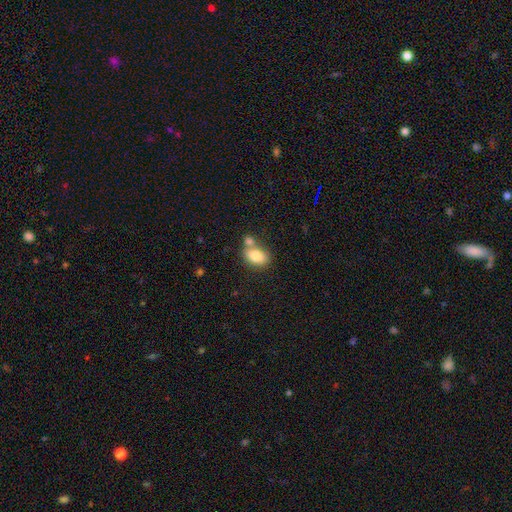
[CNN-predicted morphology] smooth_or_featured: smooth (p=0.81) [alt: featured or disk p=0.11]
how_rounded: in between (p=0.84) [alt: round p=0.13]
merging: none (p=0.46) [alt: merger p=0.38]